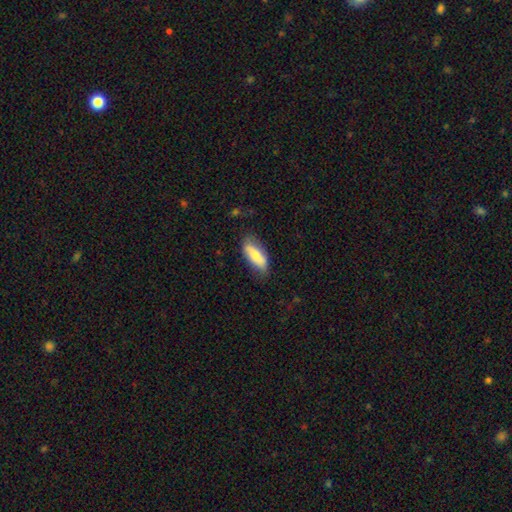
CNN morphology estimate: This appears to be a smooth galaxy with no disk features (69%) that is in between round and cigar-shaped (75%). Merging: none (69%).